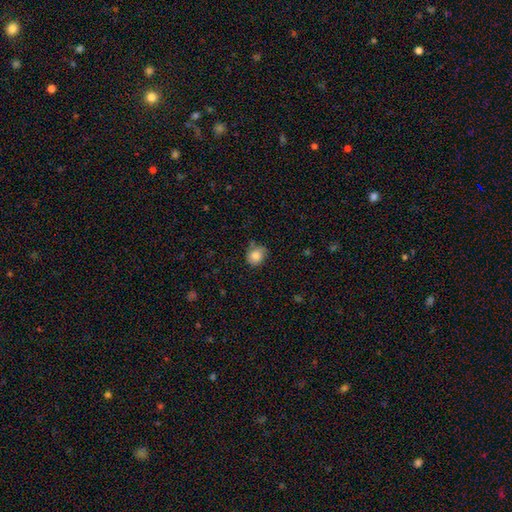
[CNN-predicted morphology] A smooth galaxy with no disk features (84%) that is round (75%). Merging: none (67%).